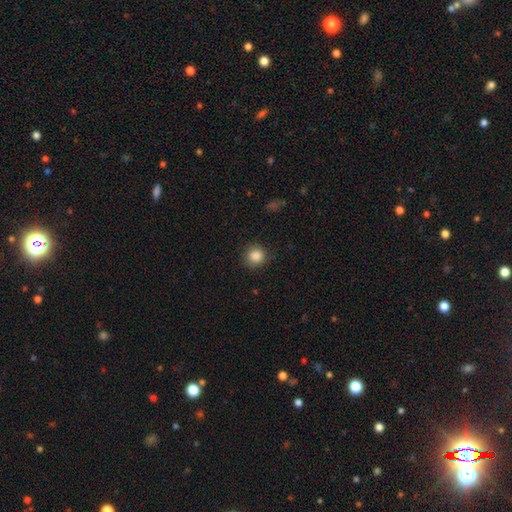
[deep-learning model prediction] smooth-or-featured: smooth: 87% | star or artifact: 9% | featured or disk: 4%
  how-rounded: round: 89% | in between: 10% | cigar-shaped: 1%
  merging: none: 85% | minor disturbance: 11% | major disturbance: 3% | merger: 1%